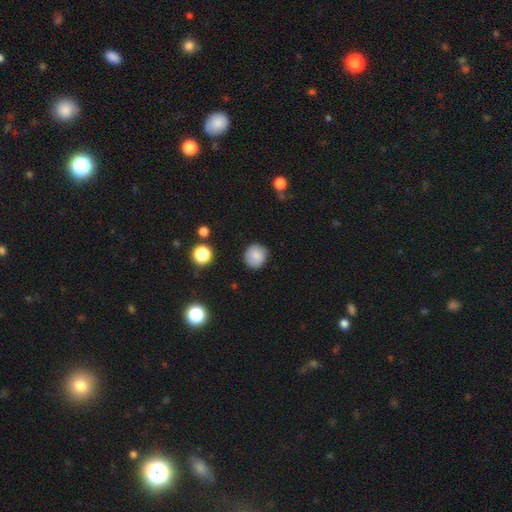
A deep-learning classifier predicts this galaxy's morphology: Smooth or featured: smooth — 82% (featured or disk — 9%)
How rounded: round — 88% (in between — 11%)
Merging: none — 86% (minor disturbance — 11%)